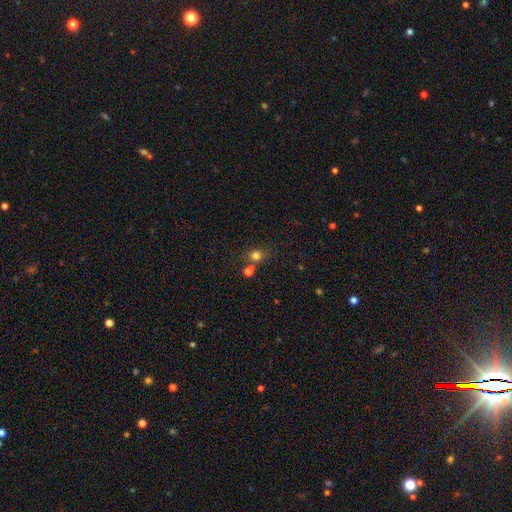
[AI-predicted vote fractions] Morphology: type=smooth (75%); roundness=round (77%); merging=none (60%).